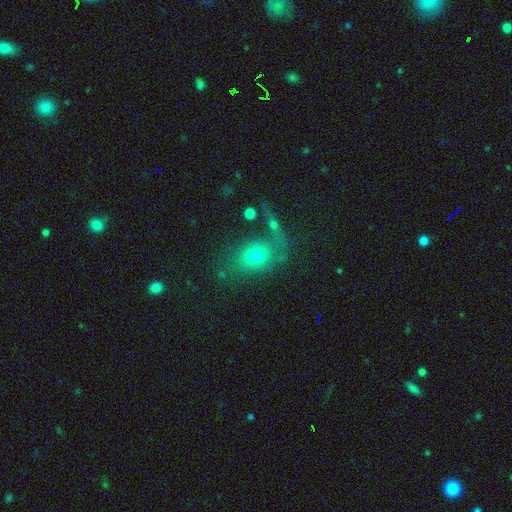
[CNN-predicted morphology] This is likely a smooth galaxy (66%). How rounded: likely in between (67%). Merging: possibly none (54%).